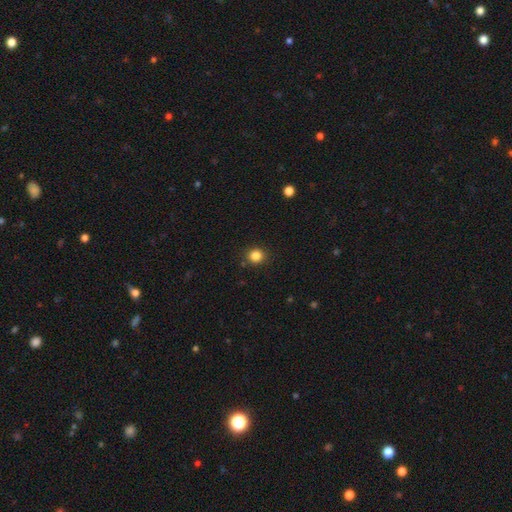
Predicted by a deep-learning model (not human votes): Overall: smooth (84%). How rounded: round (85%). Merging: none (88%).